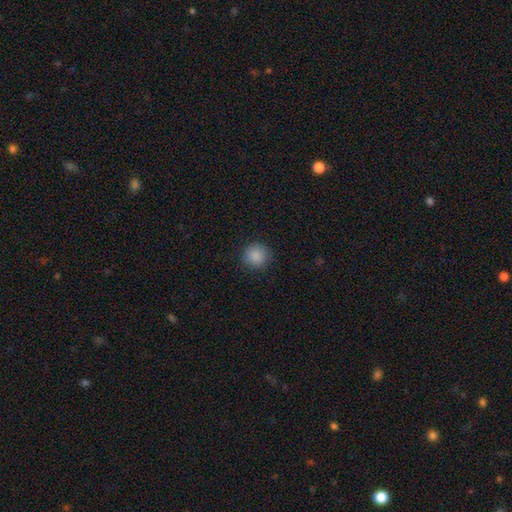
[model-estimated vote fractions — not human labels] Smooth or featured: smooth — 88% (star or artifact — 9%)
How rounded: round — 93% (in between — 6%)
Merging: none — 89% (minor disturbance — 8%)